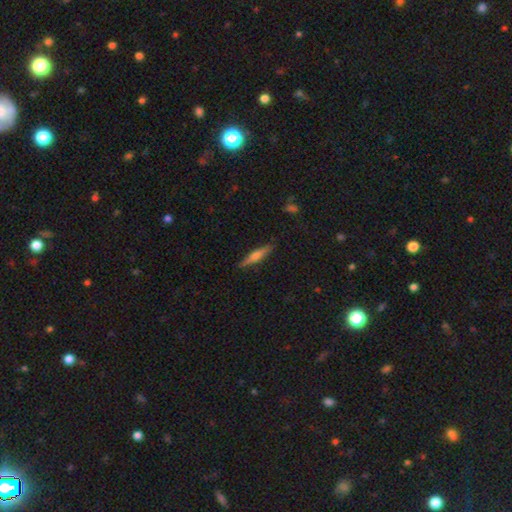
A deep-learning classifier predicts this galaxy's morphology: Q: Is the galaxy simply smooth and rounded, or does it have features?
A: featured or disk — 59%.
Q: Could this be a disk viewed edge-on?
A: yes — 97%.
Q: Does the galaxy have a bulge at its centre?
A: rounded — 80%.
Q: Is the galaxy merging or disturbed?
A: none — 89%.